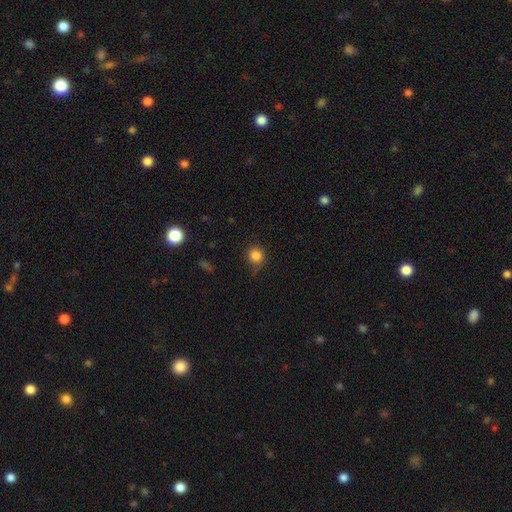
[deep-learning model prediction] Smooth or featured?
  - smooth: 84% *
  - star or artifact: 12%
  - featured or disk: 5%
How rounded?
  - round: 90% *
  - in between: 9%
  - cigar-shaped: 1%
Merging?
  - none: 73% *
  - minor disturbance: 20%
  - major disturbance: 5%
  - merger: 2%